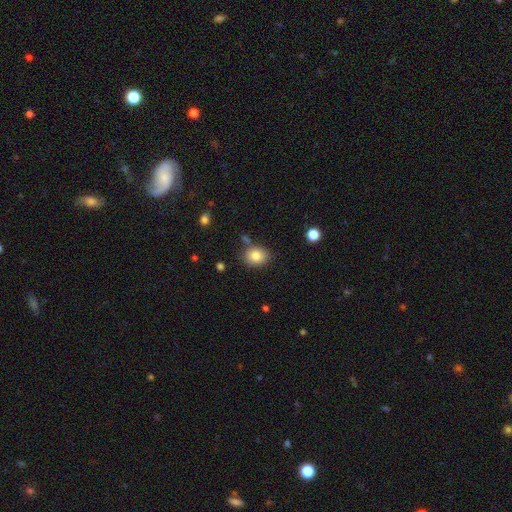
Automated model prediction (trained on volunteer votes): Q: Smooth or featured?
A: smooth (82%); runner-up: star or artifact (10%)
Q: How rounded?
A: round (52%); runner-up: in between (48%)
Q: Merging?
A: none (76%); runner-up: minor disturbance (14%)